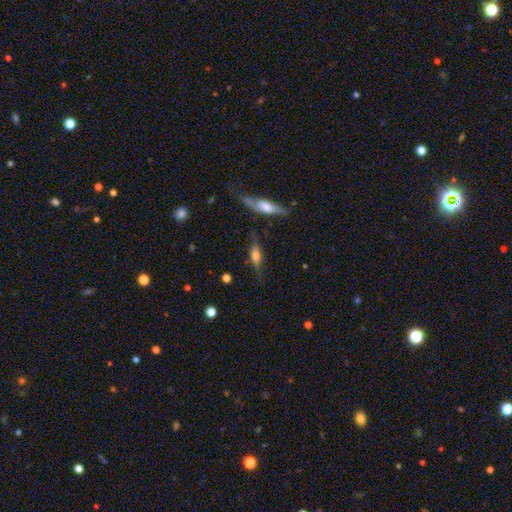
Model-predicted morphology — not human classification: smooth 55%, featured or disk 36%, star or artifact 9%. Down the decision tree: how rounded — in between (54%); merging — none (65%).